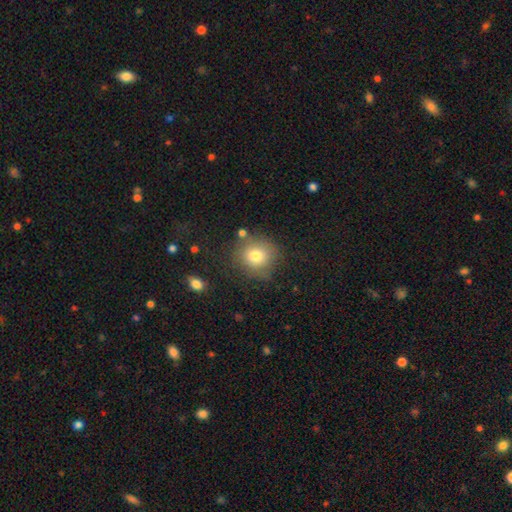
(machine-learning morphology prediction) Smooth or featured? smooth (77%)
How rounded? round (86%)
Merging? none (75%)